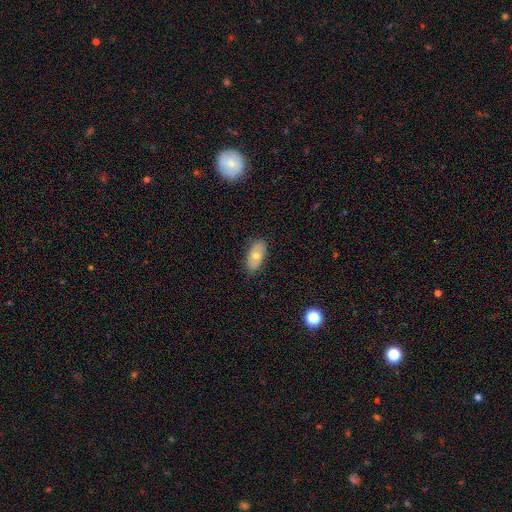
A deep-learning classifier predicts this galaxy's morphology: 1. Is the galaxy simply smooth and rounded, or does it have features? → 61% smooth, 30% featured or disk, 9% star or artifact.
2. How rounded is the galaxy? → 90% in between, 5% round, 5% cigar-shaped.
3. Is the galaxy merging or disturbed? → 84% none, 12% minor disturbance, 2% major disturbance, 1% merger.